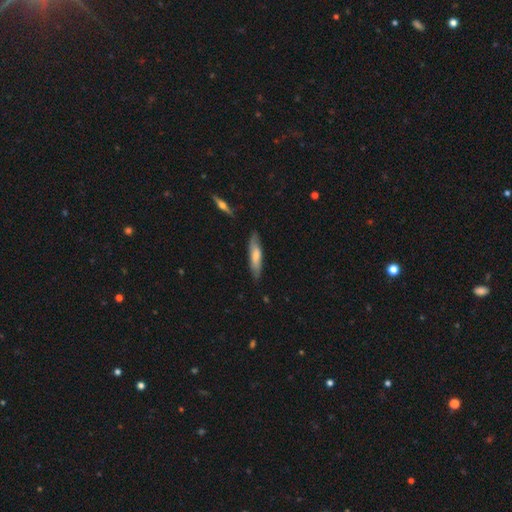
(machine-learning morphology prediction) Q: Smooth or featured?
A: smooth (59%); runner-up: featured or disk (35%)
Q: How rounded?
A: cigar-shaped (71%); runner-up: in between (27%)
Q: Merging?
A: none (79%); runner-up: minor disturbance (17%)